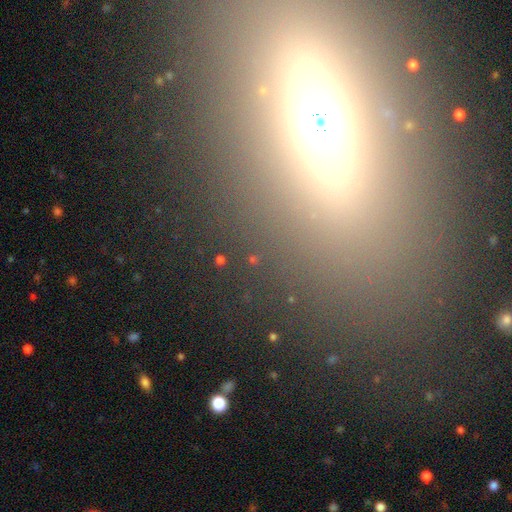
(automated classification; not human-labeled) Morphology: type=smooth (38%); merging=none (84%).